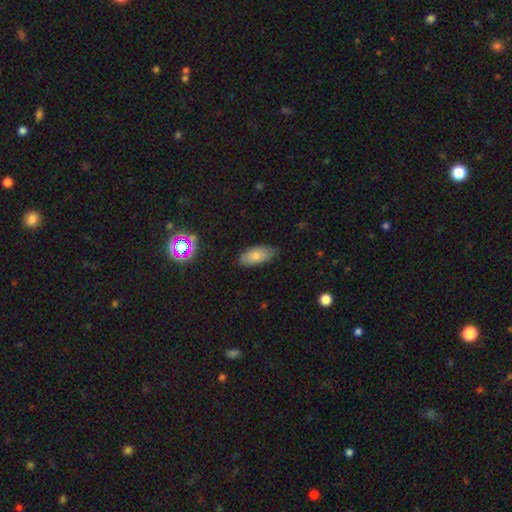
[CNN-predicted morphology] Smooth or featured? Predicted: smooth (p=0.73). How rounded? Predicted: in between (p=0.88). Merging? Predicted: none (p=0.80).